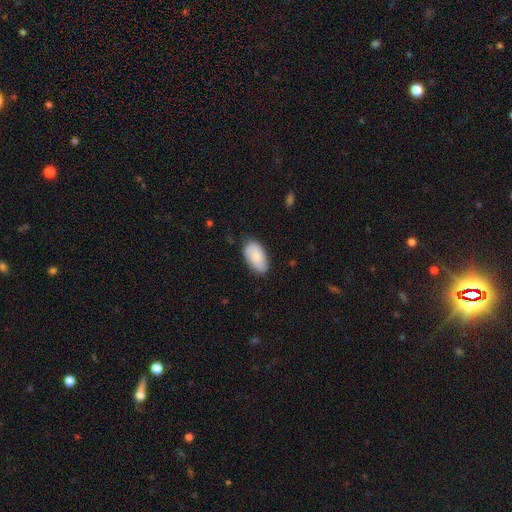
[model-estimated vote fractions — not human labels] Overall: smooth (83%). How rounded: in between (95%). Merging: none (77%).